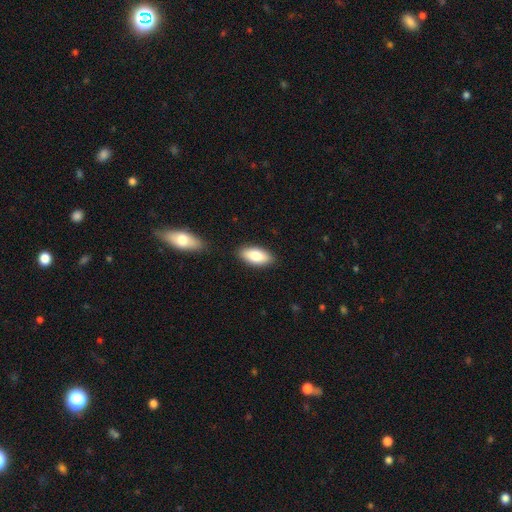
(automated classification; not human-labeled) Smooth or featured? smooth (84%)
How rounded? in between (89%)
Merging? none (86%)